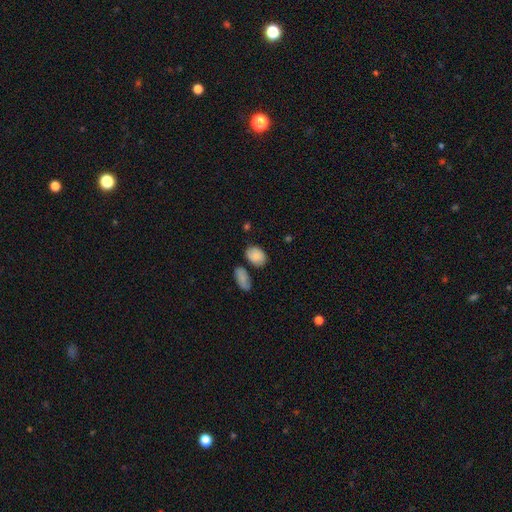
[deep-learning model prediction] The model was most divided on "merging": none: 67%, minor disturbance: 18%, merger: 11%, major disturbance: 4%. More confident: smooth or featured — smooth (85%); how rounded — in between (81%).